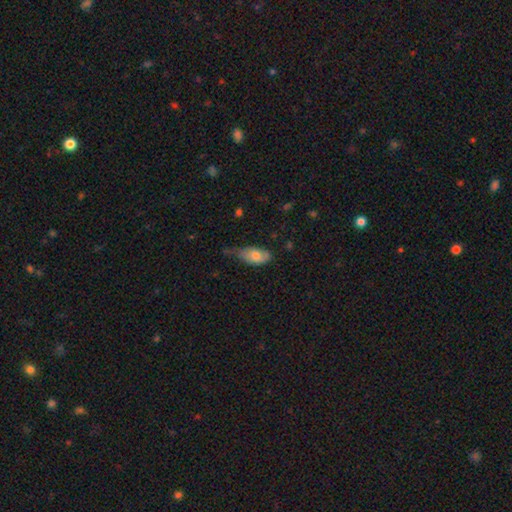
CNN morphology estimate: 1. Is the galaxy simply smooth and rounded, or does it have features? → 74% smooth, 19% featured or disk, 7% star or artifact.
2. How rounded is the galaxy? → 91% in between, 5% cigar-shaped, 4% round.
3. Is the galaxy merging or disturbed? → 45% minor disturbance, 37% none, 14% major disturbance, 4% merger.